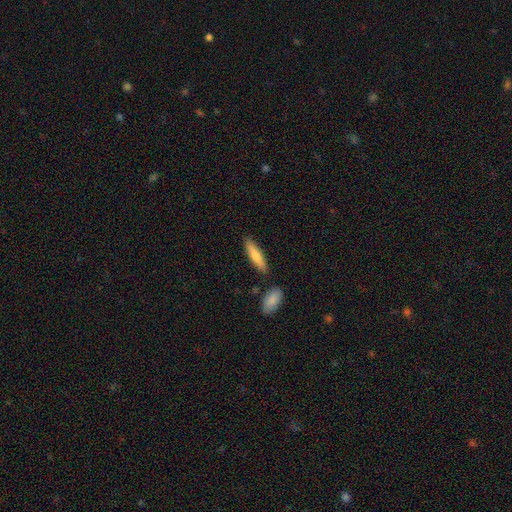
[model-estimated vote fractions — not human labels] Smooth or featured: smooth — 75% (featured or disk — 20%)
How rounded: cigar-shaped — 73% (in between — 25%)
Merging: none — 81% (minor disturbance — 11%)